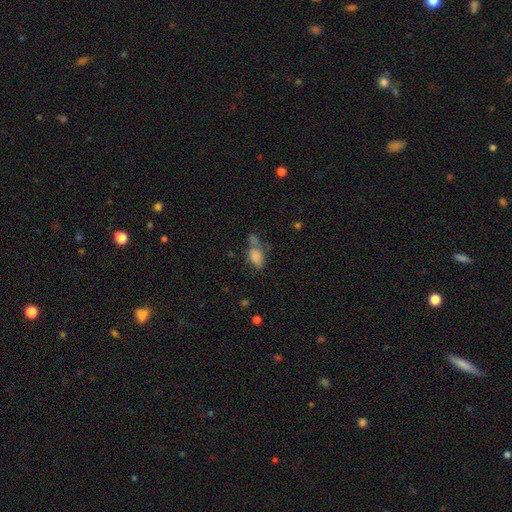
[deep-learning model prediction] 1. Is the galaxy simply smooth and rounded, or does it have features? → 78% smooth, 12% featured or disk, 11% star or artifact.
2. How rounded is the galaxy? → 84% in between, 12% round, 4% cigar-shaped.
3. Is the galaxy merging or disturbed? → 34% none, 30% merger, 21% minor disturbance, 15% major disturbance.